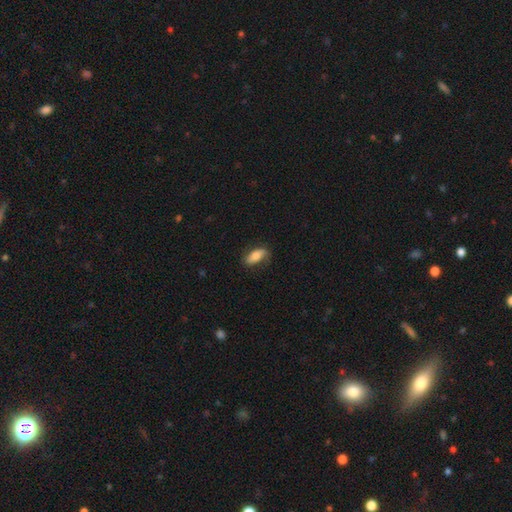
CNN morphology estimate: smooth 67%, featured or disk 26%, star or artifact 7%. Down the decision tree: how rounded — in between (81%); merging — none (70%).